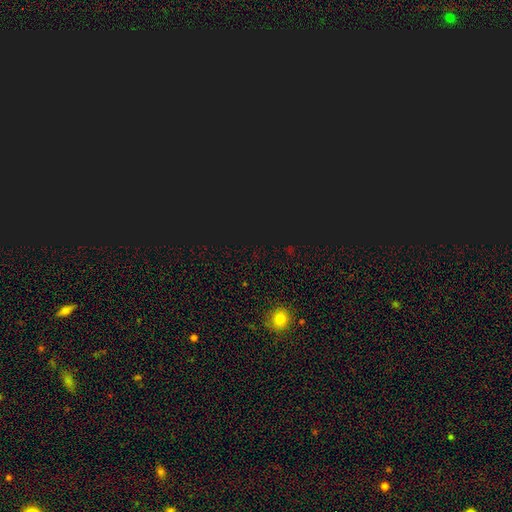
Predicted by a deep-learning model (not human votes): smooth-or-featured: star or artifact: 71% | smooth: 22% | featured or disk: 7%